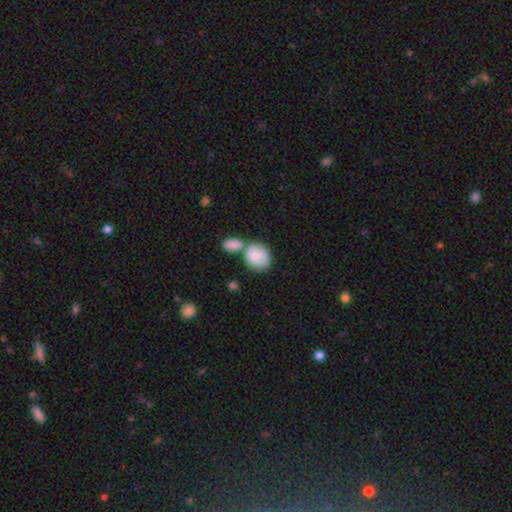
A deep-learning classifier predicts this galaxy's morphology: This is likely a smooth galaxy (76%). How rounded: possibly round (60%). Merging: marginally merger (44%).